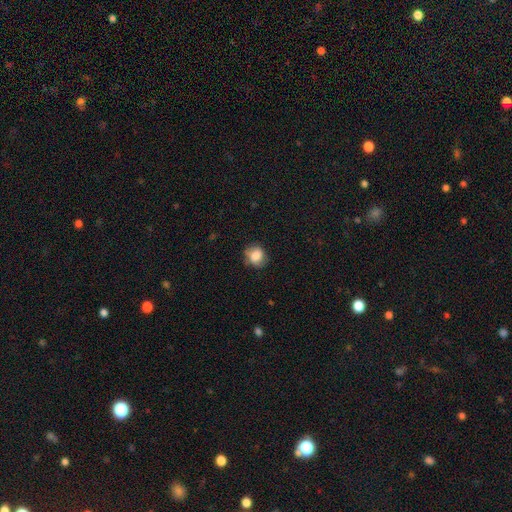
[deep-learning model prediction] The model was most divided on "merging": none: 66%, minor disturbance: 25%, major disturbance: 7%, merger: 2%. More confident: smooth or featured — smooth (81%); how rounded — round (71%).